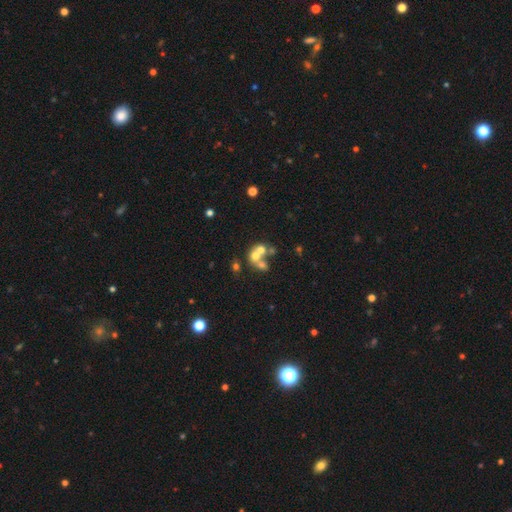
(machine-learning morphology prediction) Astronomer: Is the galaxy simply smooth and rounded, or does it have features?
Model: smooth — 52% (runner-up: featured or disk, 33%).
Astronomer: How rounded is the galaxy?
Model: round — 67%.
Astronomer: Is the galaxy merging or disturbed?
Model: merger — 62%.